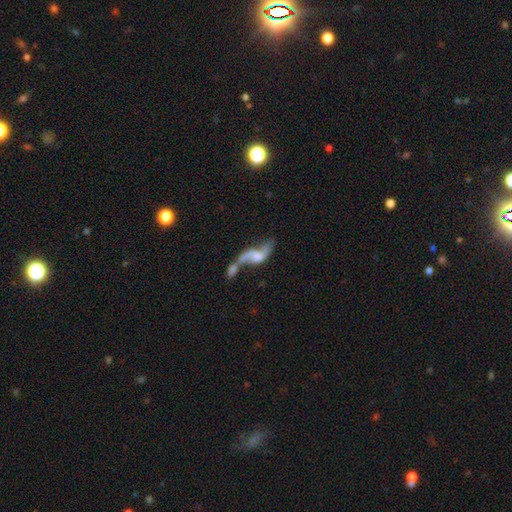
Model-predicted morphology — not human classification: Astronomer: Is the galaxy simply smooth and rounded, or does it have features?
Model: featured or disk — 65%.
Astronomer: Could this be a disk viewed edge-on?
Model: no — 92%.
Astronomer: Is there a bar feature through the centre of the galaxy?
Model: no — 59%.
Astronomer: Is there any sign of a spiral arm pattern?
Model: yes — 73%.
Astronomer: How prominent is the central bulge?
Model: none — 37% (runner-up: small, 28%).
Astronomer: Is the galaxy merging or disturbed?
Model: merger — 61%.